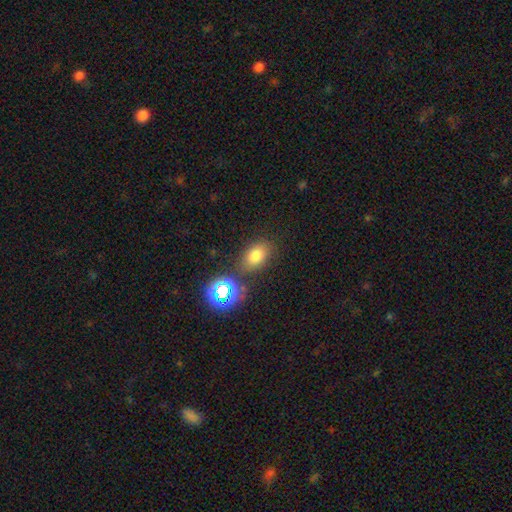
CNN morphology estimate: This appears to be a smooth galaxy with no disk features (73%) that is in between round and cigar-shaped (80%). Merging: none (73%).